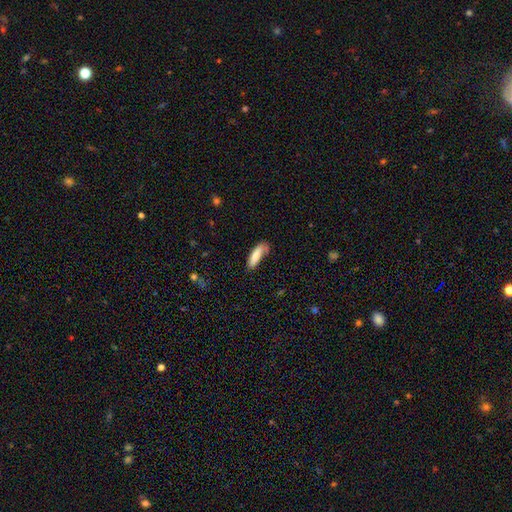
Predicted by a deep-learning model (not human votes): smooth_or_featured: smooth (p=0.79) [alt: featured or disk p=0.15]
how_rounded: cigar-shaped (p=0.50) [alt: in between p=0.49]
merging: none (p=0.55) [alt: minor disturbance p=0.30]